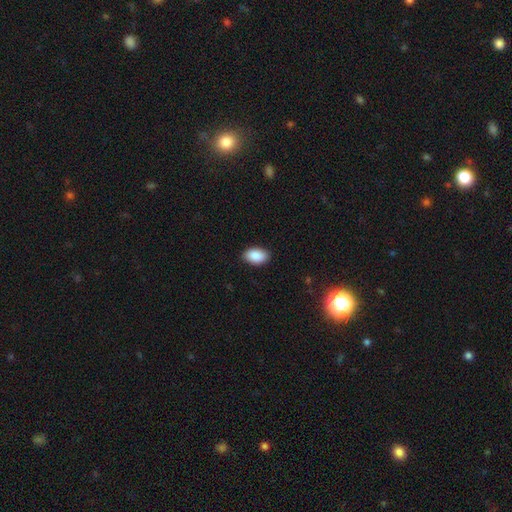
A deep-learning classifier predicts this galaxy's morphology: Smooth or featured: smooth — 90% (star or artifact — 7%)
How rounded: in between — 93% (round — 5%)
Merging: none — 88% (minor disturbance — 9%)